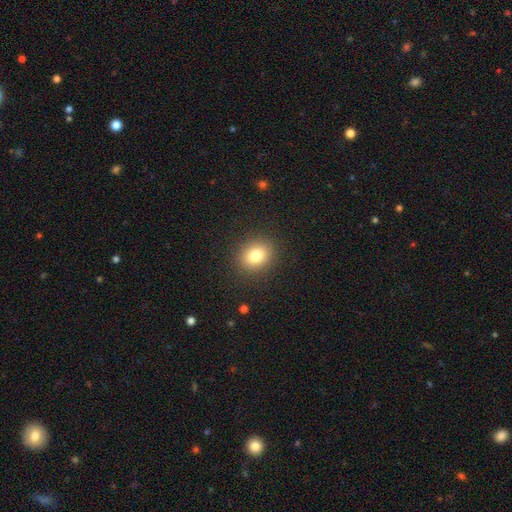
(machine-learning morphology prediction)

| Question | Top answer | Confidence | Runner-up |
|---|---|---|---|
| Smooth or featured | smooth | 80% | star or artifact (11%) |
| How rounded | round | 67% | in between (32%) |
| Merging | none | 89% | minor disturbance (7%) |